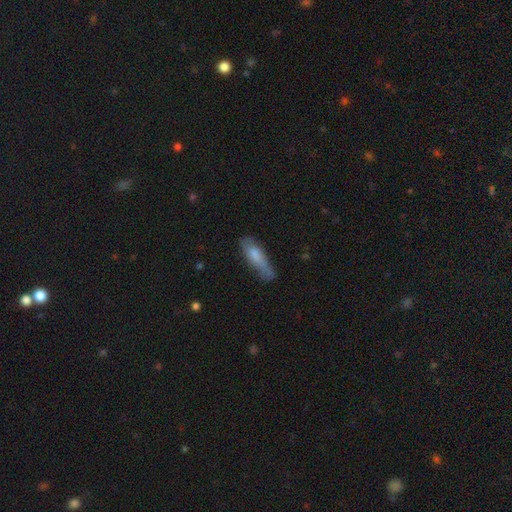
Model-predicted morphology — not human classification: Q: Smooth or featured?
A: smooth (72%); runner-up: featured or disk (21%)
Q: How rounded?
A: cigar-shaped (60%); runner-up: in between (39%)
Q: Merging?
A: none (51%); runner-up: minor disturbance (34%)